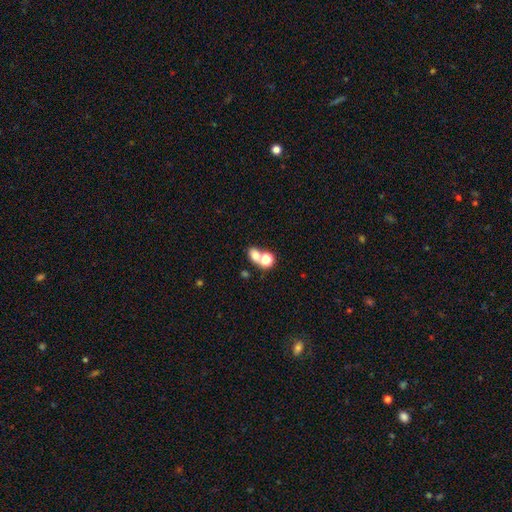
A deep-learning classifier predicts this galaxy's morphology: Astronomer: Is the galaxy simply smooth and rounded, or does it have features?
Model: smooth — 71%.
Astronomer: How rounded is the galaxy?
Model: in between — 51% (runner-up: round, 47%).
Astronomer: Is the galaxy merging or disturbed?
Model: merger — 50% (runner-up: none, 38%).